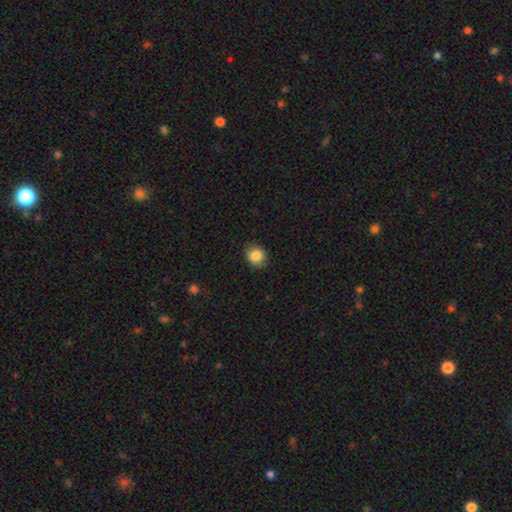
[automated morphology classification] The model was most divided on "how rounded": round: 70%, in between: 29%, cigar-shaped: 1%. More confident: smooth or featured — smooth (85%); merging — none (85%).